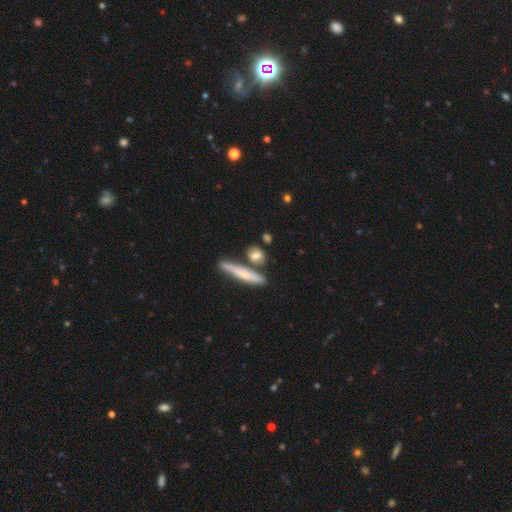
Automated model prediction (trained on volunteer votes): This appears to be a smooth galaxy with no disk features (71%) that is round (36%). Merging: none (68%).